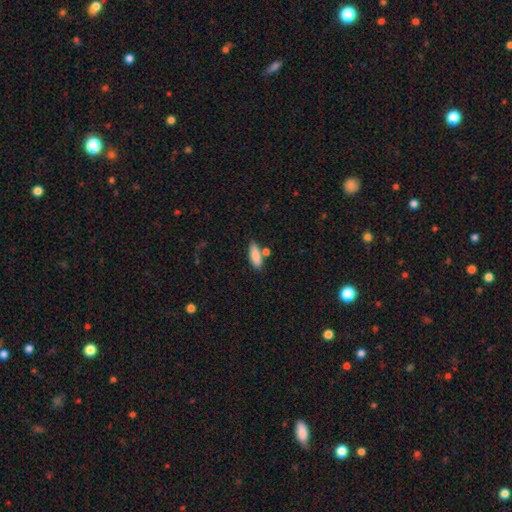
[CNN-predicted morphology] smooth_or_featured: smooth (p=0.86) [alt: featured or disk p=0.07]
how_rounded: in between (p=0.65) [alt: cigar-shaped p=0.32]
merging: none (p=0.67) [alt: merger p=0.16]